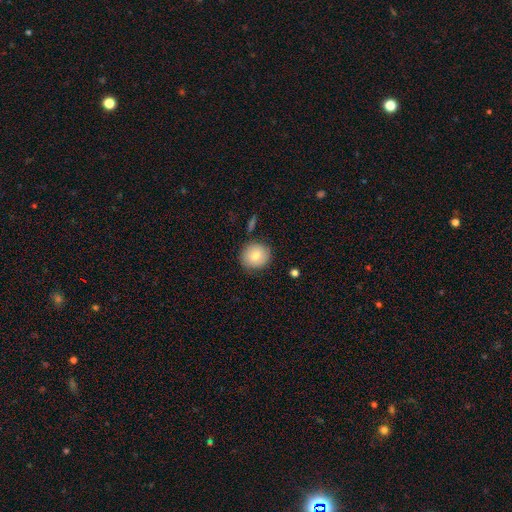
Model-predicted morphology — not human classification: smooth 80%, featured or disk 12%, star or artifact 8%. Down the decision tree: how rounded — round (88%); merging — none (85%).